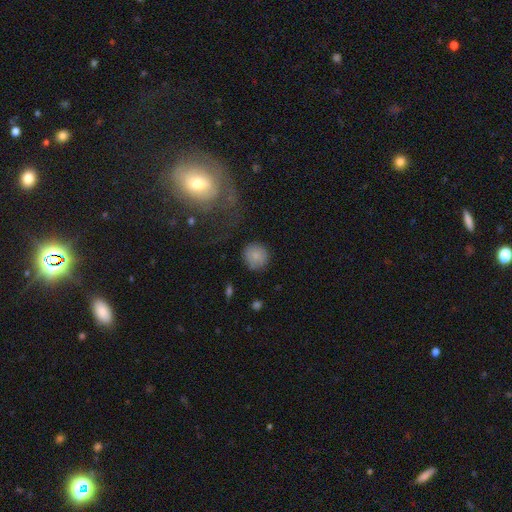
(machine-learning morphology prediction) type=smooth (82%); roundness=round (92%); merging=none (83%).